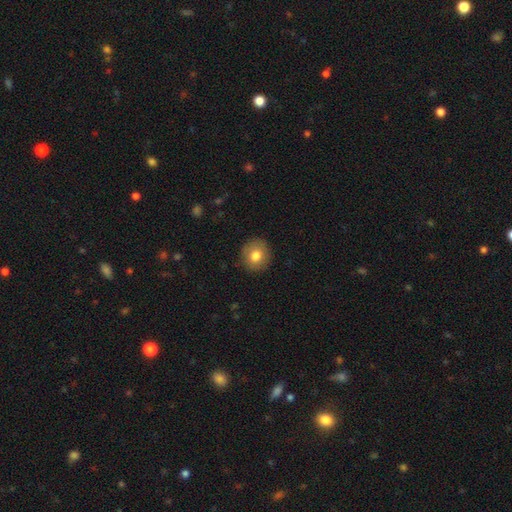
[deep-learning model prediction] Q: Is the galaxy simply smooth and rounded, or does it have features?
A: smooth — 79%.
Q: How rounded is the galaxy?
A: round — 86%.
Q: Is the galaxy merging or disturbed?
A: none — 89%.